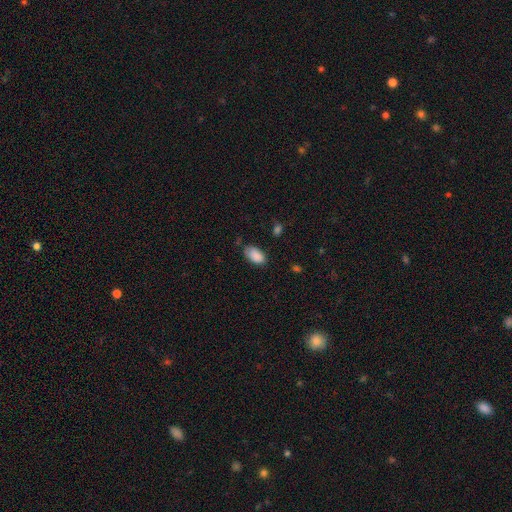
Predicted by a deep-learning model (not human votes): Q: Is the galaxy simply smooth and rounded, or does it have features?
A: smooth — 88%.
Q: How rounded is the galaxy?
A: in between — 95%.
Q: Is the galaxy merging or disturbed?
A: none — 68%.